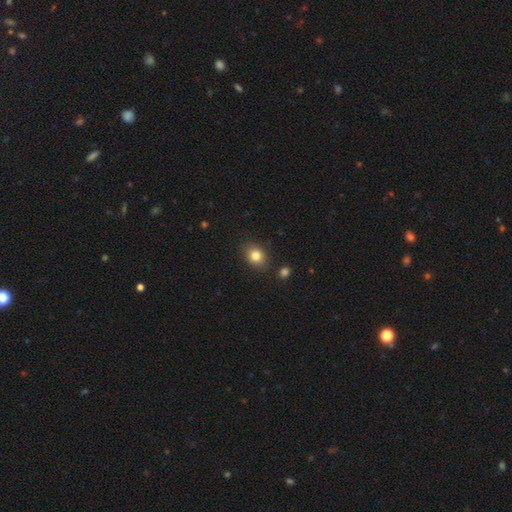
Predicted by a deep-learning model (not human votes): Smooth or featured: smooth — 83% (star or artifact — 10%)
How rounded: in between — 52% (round — 47%)
Merging: none — 83% (minor disturbance — 11%)